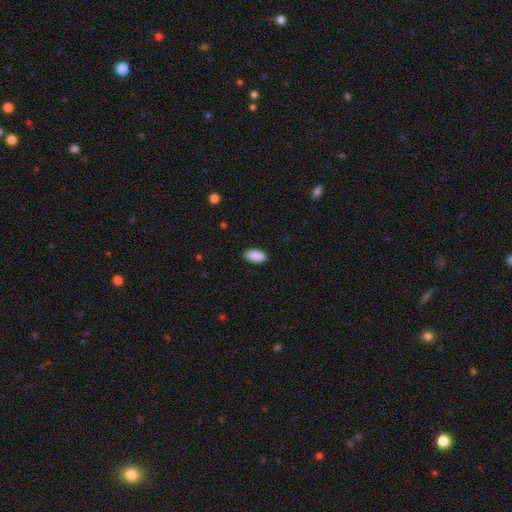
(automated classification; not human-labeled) This is clearly a smooth galaxy (91%). How rounded: clearly in between (93%). Merging: clearly none (89%).